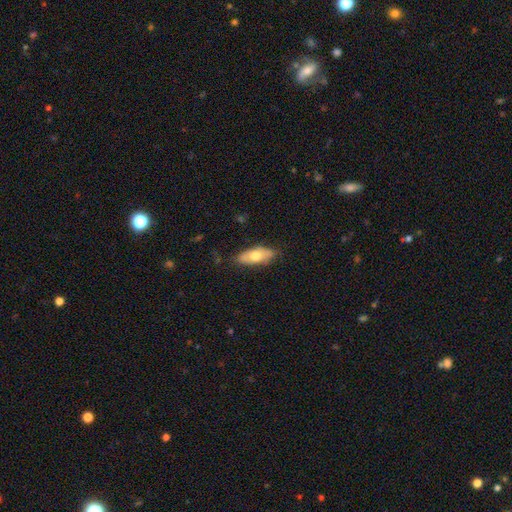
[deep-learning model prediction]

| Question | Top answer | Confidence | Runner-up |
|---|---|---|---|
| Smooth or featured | smooth | 64% | featured or disk (30%) |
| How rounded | in between | 79% | cigar-shaped (18%) |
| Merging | none | 79% | minor disturbance (17%) |